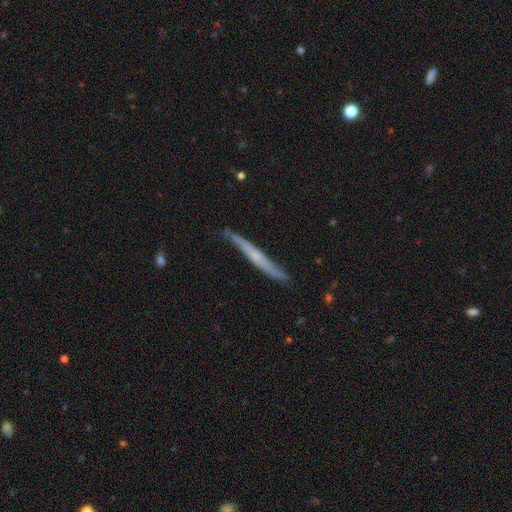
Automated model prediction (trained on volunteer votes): This is possibly a featured or disk galaxy (57%). It is clearly viewed edge-on (92%). Edge-on bulge: likely none (63%). Merging: likely none (79%).